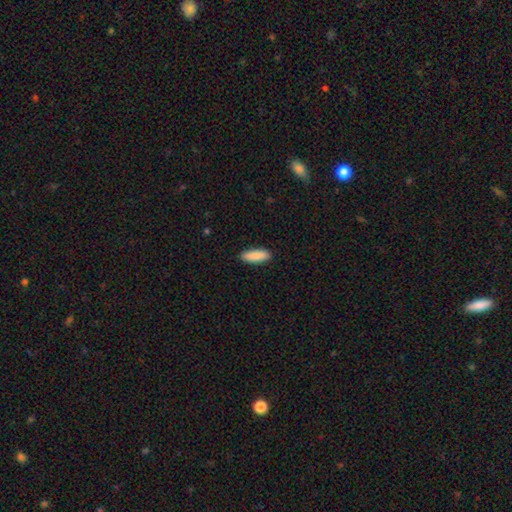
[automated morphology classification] Overall: smooth (90%). How rounded: in between (62%; cigar-shaped 36%). Merging: none (90%).